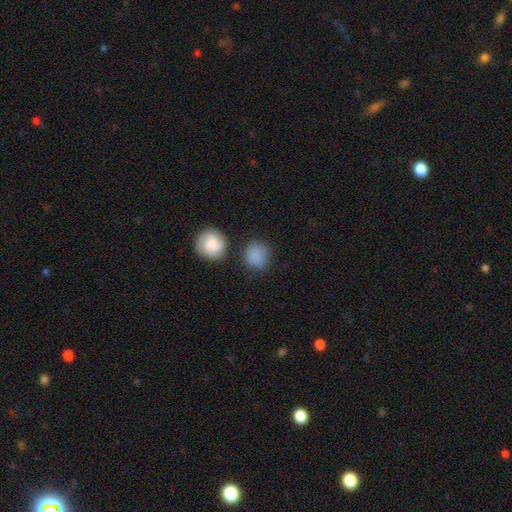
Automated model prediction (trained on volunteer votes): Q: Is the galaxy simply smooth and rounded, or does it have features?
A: smooth — 84%.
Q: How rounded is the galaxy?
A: round — 85%.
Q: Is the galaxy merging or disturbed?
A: none — 71%.